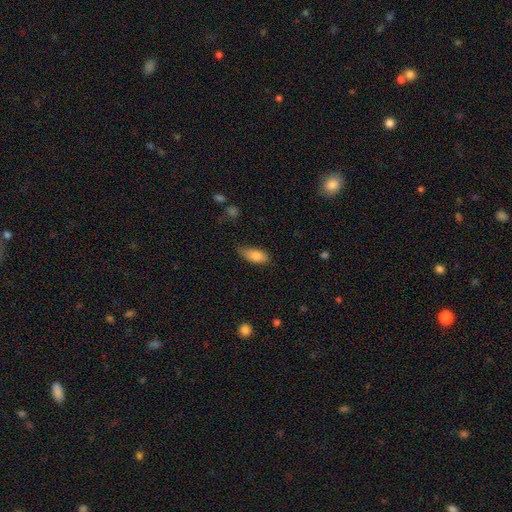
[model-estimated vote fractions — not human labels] This is clearly a smooth galaxy (83%). How rounded: clearly in between (83%). Merging: likely none (62%).